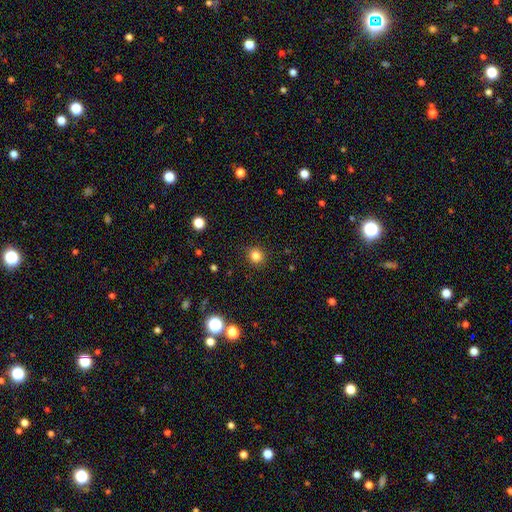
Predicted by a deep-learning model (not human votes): The model was most divided on "smooth or featured": smooth: 82%, star or artifact: 13%, featured or disk: 5%. More confident: merging — none (90%); how rounded — round (88%).